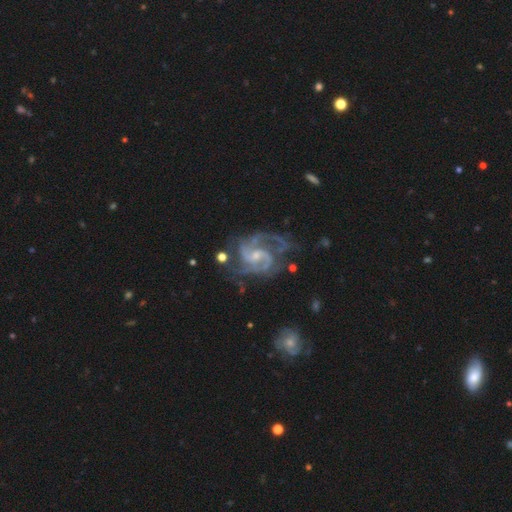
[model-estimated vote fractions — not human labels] Smooth or featured? featured or disk (92%)
Edge-on disk? no (98%)
Bar? weak (51%)
Spiral arms? yes (98%)
Spiral winding? medium (57%)
Spiral arm count? 2 (68%)
Bulge size? small (63%)
Merging? none (62%)